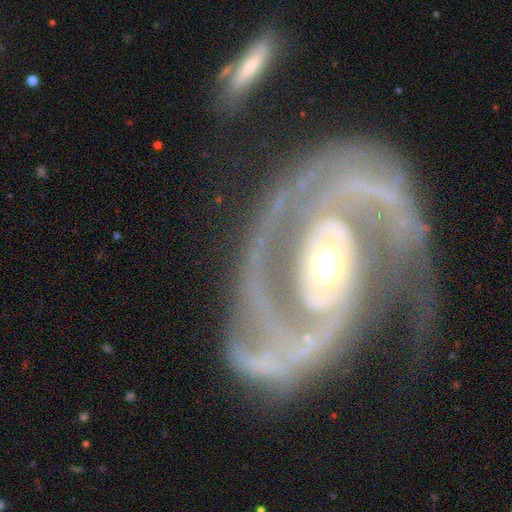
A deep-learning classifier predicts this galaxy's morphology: Overall: featured or disk (94%). Edge-on disk: no (98%). Bar: no (55%; weak 25%). Spiral arms: yes (98%). Spiral arm count: 2 (75%). Spiral winding: medium (46%; tight 40%). Bulge size: moderate (72%). Merging: none (52%; minor disturbance 22%).